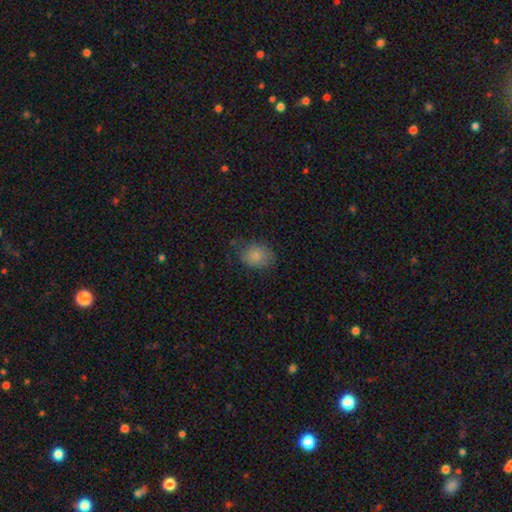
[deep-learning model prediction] A smooth galaxy with no disk features (84%) that is in between round and cigar-shaped (56%). Merging: none (72%).